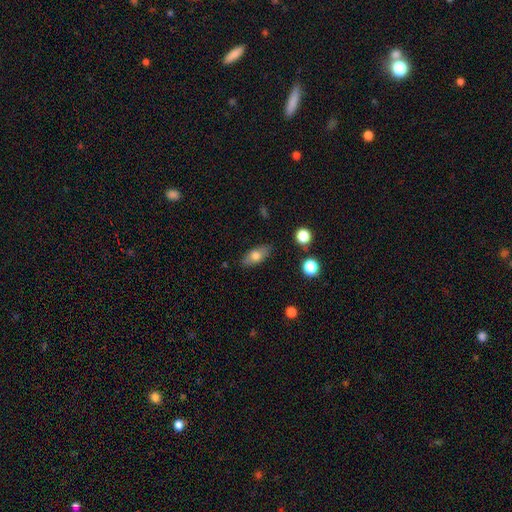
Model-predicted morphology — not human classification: Smooth or featured? Predicted: smooth (p=0.73). How rounded? Predicted: in between (p=0.82). Merging? Predicted: none (p=0.84).